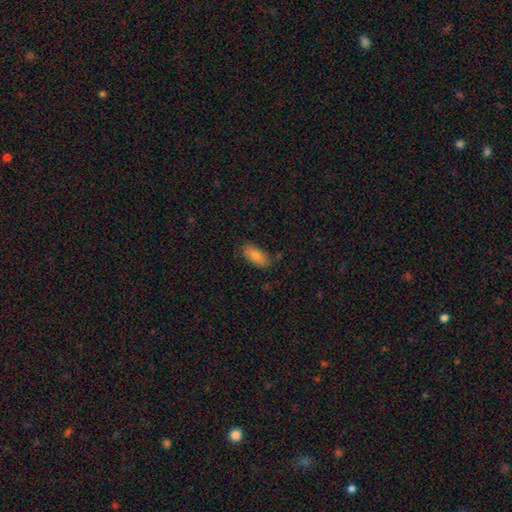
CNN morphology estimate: This appears to be a smooth galaxy with no disk features (83%) that is in between round and cigar-shaped (89%). Merging: none (78%).